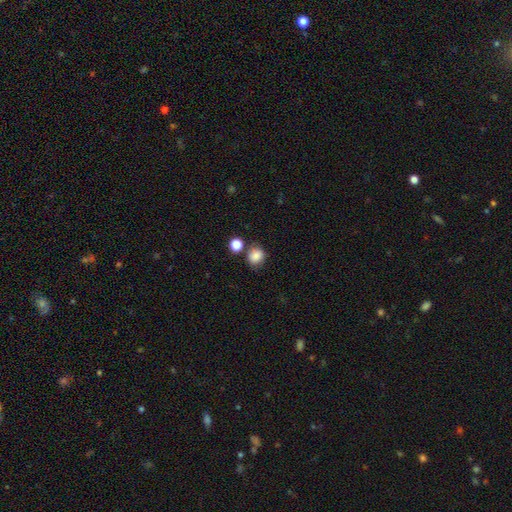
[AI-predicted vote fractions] Overall: smooth (84%). How rounded: round (77%). Merging: none (70%).